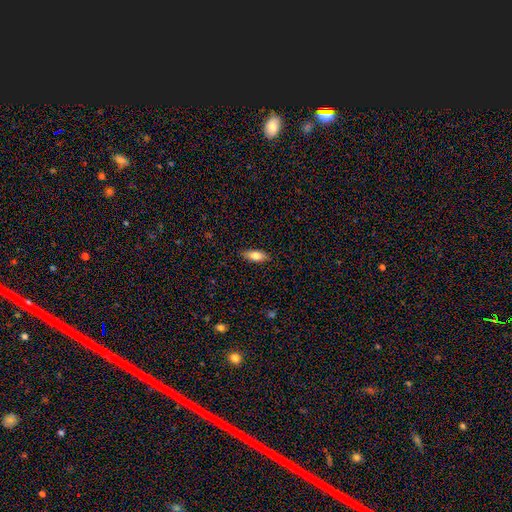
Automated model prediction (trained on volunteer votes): Smooth or featured? smooth (76%)
How rounded? in between (78%)
Merging? none (88%)